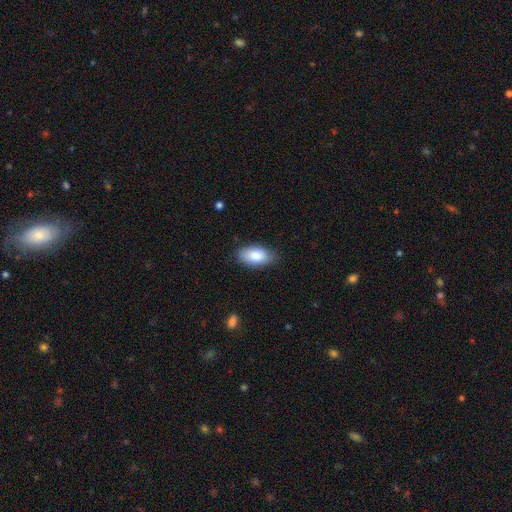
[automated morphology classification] This appears to be a smooth galaxy with no disk features (85%) that is in between round and cigar-shaped (93%). Merging: none (81%).